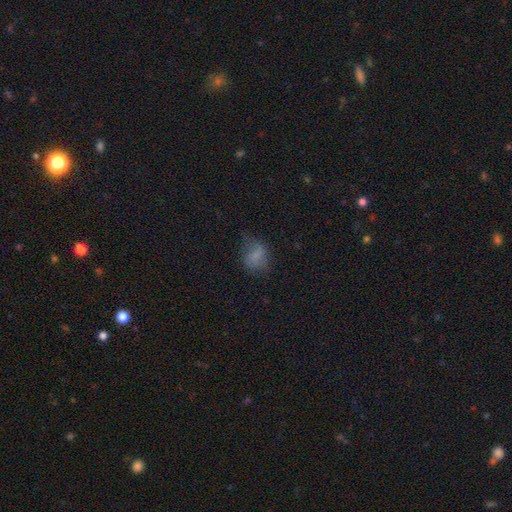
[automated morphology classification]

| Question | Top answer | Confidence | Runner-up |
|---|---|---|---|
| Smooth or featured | smooth | 66% | featured or disk (20%) |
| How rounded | round | 51% | in between (47%) |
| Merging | none | 51% | minor disturbance (29%) |